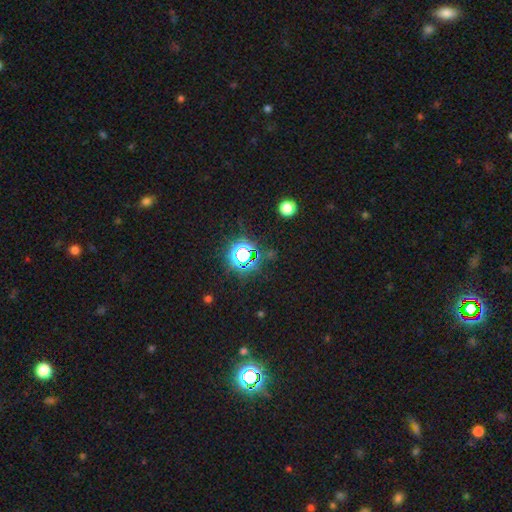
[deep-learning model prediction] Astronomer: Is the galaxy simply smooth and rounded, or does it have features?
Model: star or artifact — 77%.